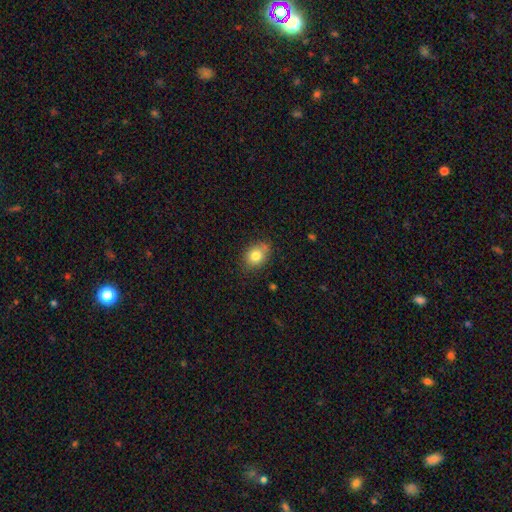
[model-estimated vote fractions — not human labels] smooth-or-featured: smooth: 81% | star or artifact: 10% | featured or disk: 10%
  how-rounded: in between: 53% | round: 46% | cigar-shaped: 1%
  merging: none: 74% | minor disturbance: 19% | merger: 4% | major disturbance: 4%